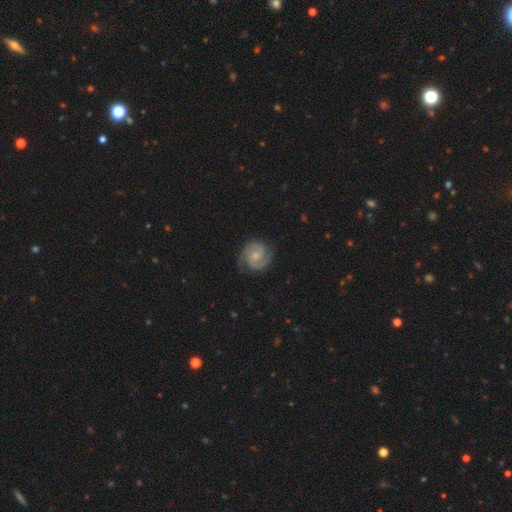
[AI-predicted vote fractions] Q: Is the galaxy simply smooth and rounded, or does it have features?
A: featured or disk — 85%.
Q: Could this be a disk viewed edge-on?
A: no — 98%.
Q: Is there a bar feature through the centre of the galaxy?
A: no — 64%.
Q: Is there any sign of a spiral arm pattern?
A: yes — 97%.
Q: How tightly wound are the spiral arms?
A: tight — 56%.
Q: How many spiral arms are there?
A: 2 — 86%.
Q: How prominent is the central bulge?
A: small — 55%.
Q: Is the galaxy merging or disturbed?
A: none — 78%.